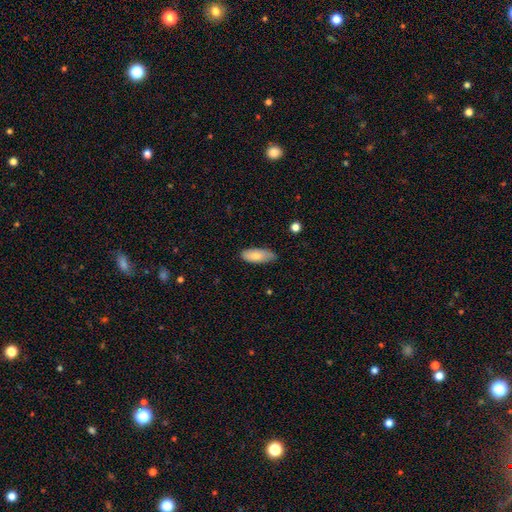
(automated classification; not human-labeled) Smooth or featured?
  - smooth: 79% *
  - featured or disk: 15%
  - star or artifact: 6%
How rounded?
  - in between: 83% *
  - cigar-shaped: 15%
  - round: 2%
Merging?
  - none: 70% *
  - minor disturbance: 25%
  - major disturbance: 3%
  - merger: 1%